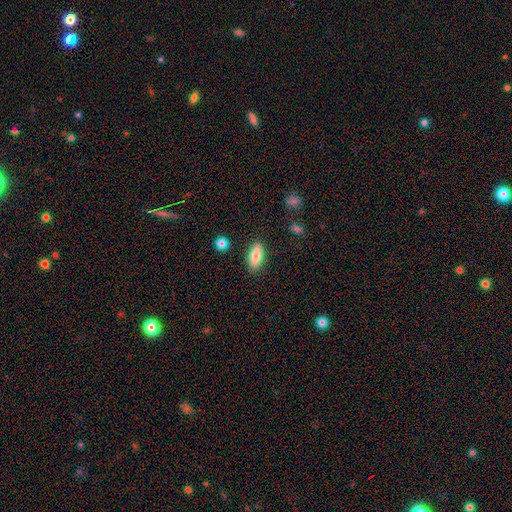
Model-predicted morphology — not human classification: type=smooth (83%); roundness=in between (83%); merging=none (86%).